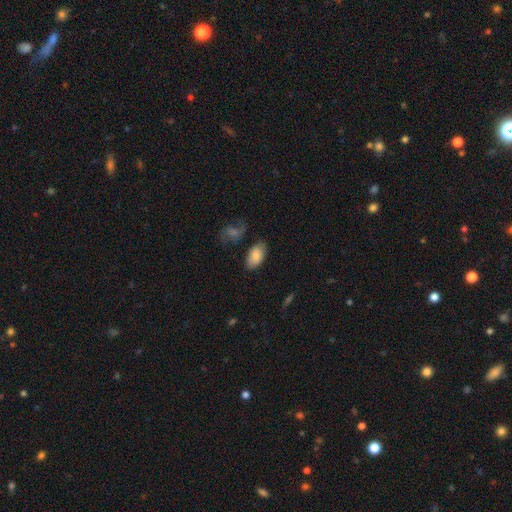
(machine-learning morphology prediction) A smooth galaxy with no disk features (85%) that is in between round and cigar-shaped (95%). Merging: none (72%).